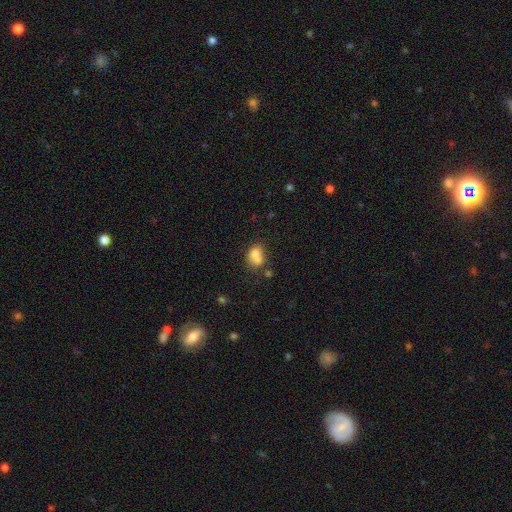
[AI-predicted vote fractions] The model was most divided on "how rounded": in between: 52%, round: 46%, cigar-shaped: 1%. More confident: smooth or featured — smooth (71%); merging — merger (58%).